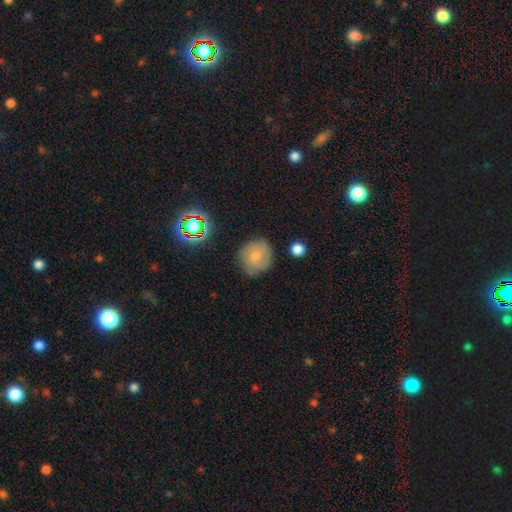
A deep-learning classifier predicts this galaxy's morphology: smooth 70%, featured or disk 19%, star or artifact 11%. Down the decision tree: how rounded — round (86%); merging — none (76%).